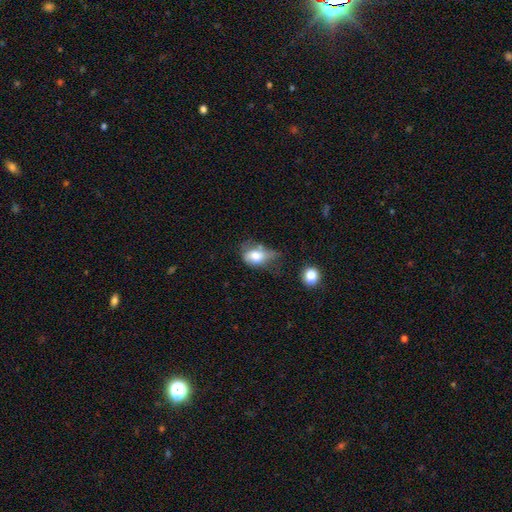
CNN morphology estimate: A smooth galaxy with no disk features (69%) that is in between round and cigar-shaped (75%). Merging: major disturbance (33%, tied with minor disturbance).